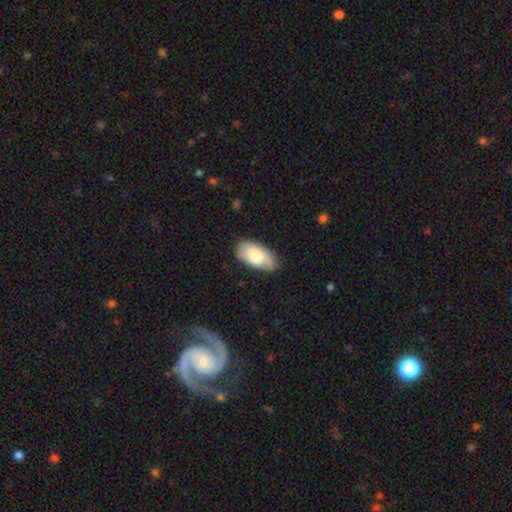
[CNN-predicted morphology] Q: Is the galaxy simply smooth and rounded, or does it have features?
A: smooth — 73%.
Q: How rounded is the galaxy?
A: in between — 94%.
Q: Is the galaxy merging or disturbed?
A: none — 75%.